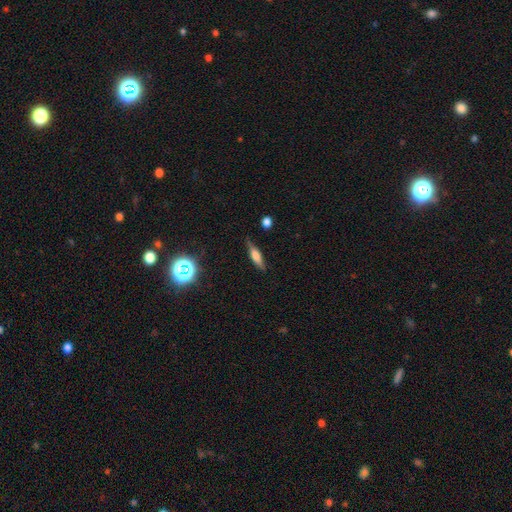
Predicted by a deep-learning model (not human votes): This appears to be a smooth galaxy with no disk features (51%) that is cigar-shaped (66%). Merging: none (81%).